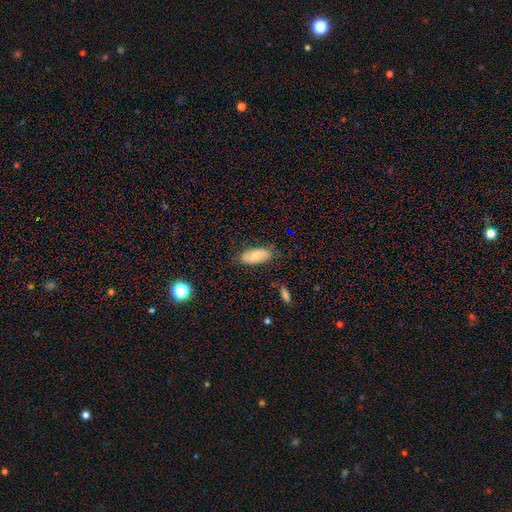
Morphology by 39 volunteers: type=smooth (69%); roundness=in between (93%); merging=none (95%).